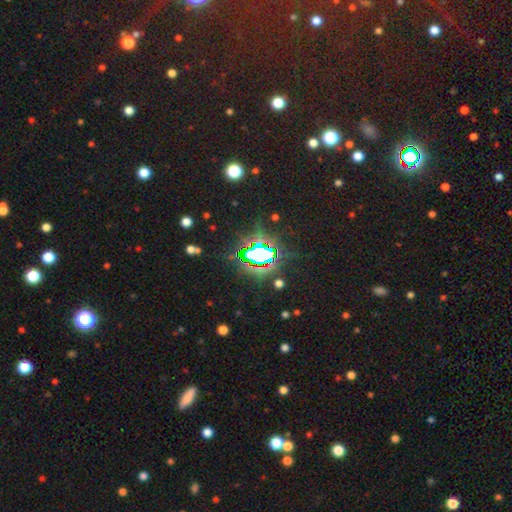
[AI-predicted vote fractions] This appears to be a star or artifact, not a galaxy (75%).